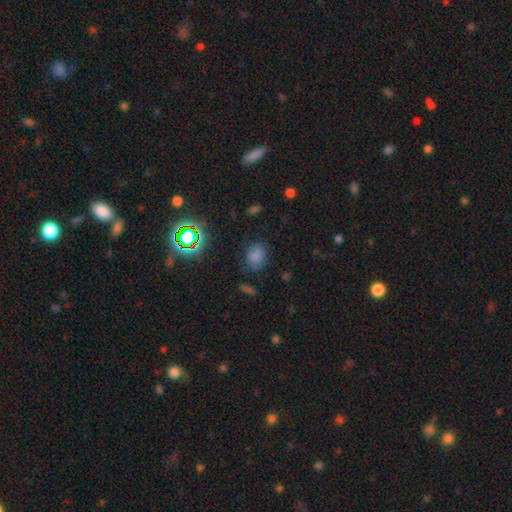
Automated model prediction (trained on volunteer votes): A smooth galaxy with no disk features (72%) that is in between round and cigar-shaped (62%). Merging: none (71%).